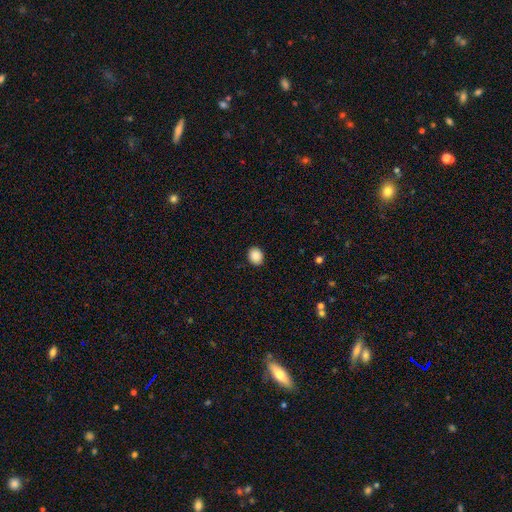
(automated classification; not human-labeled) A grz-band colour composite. It shows a smooth galaxy with no disk features (89%) that is round (57%). Merging: none (90%).